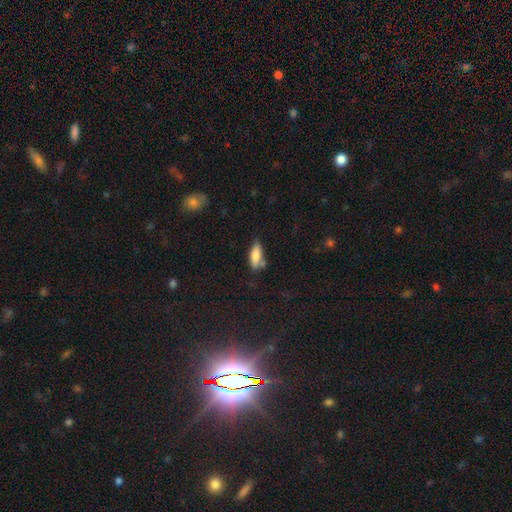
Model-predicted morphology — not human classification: smooth 80%, featured or disk 13%, star or artifact 7%. Down the decision tree: how rounded — in between (62%); merging — none (61%).